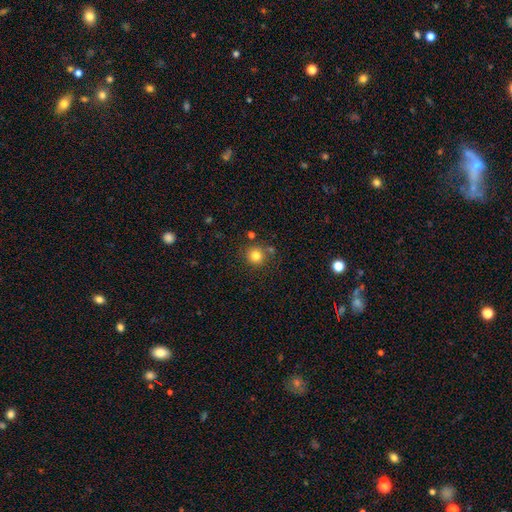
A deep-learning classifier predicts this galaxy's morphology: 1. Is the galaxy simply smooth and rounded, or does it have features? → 80% smooth, 13% star or artifact, 7% featured or disk.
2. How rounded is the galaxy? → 92% round, 7% in between, 1% cigar-shaped.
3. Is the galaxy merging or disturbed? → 79% none, 10% minor disturbance, 8% merger, 3% major disturbance.